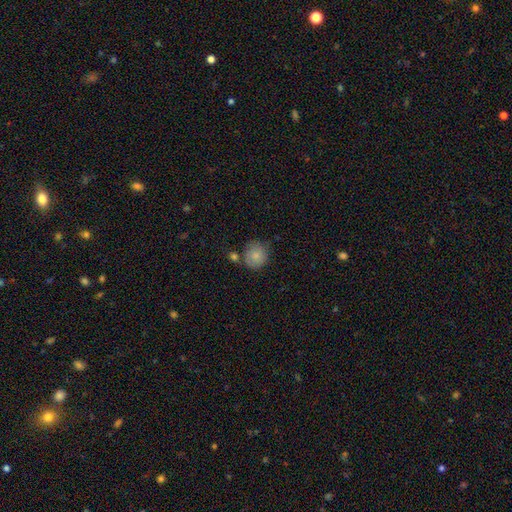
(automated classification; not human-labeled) Q: Smooth or featured?
A: smooth (82%); runner-up: featured or disk (11%)
Q: How rounded?
A: round (85%); runner-up: in between (14%)
Q: Merging?
A: none (66%); runner-up: minor disturbance (18%)